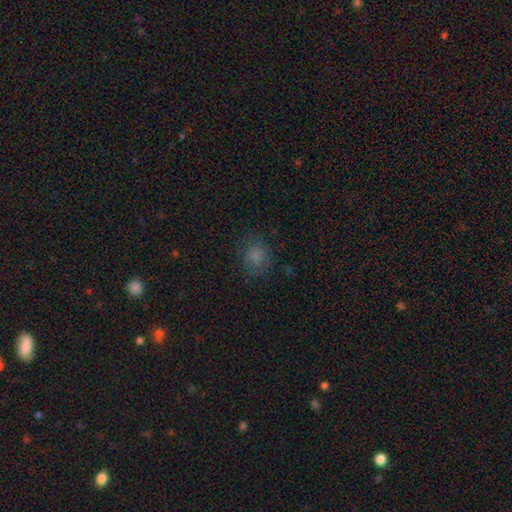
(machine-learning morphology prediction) type=smooth (77%); roundness=round (72%); merging=none (77%).